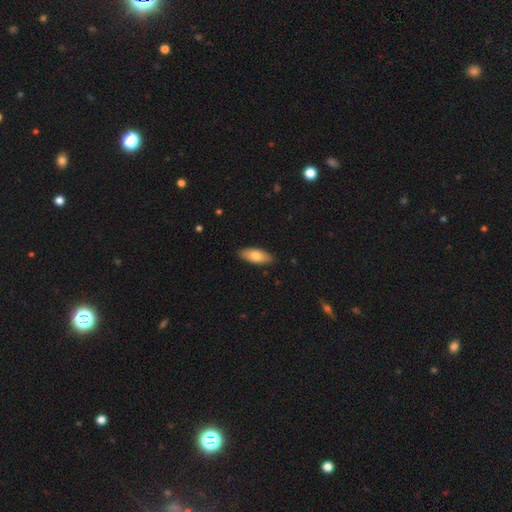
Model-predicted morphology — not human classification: Smooth or featured: smooth — 76% (featured or disk — 19%)
How rounded: in between — 84% (cigar-shaped — 14%)
Merging: none — 89% (minor disturbance — 9%)